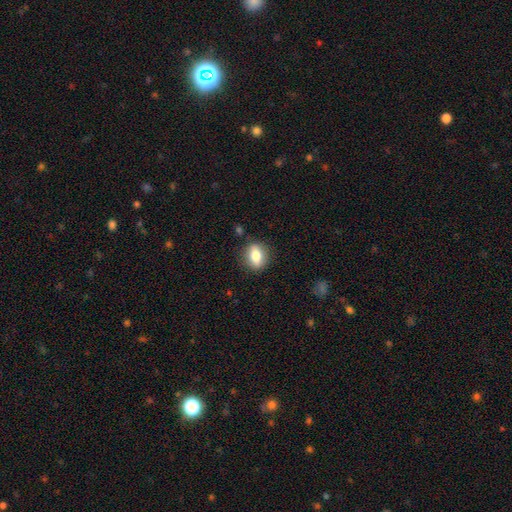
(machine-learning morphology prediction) The model was most divided on "how rounded": in between: 62%, round: 33%, cigar-shaped: 5%. More confident: merging — none (86%); smooth or featured — smooth (75%).